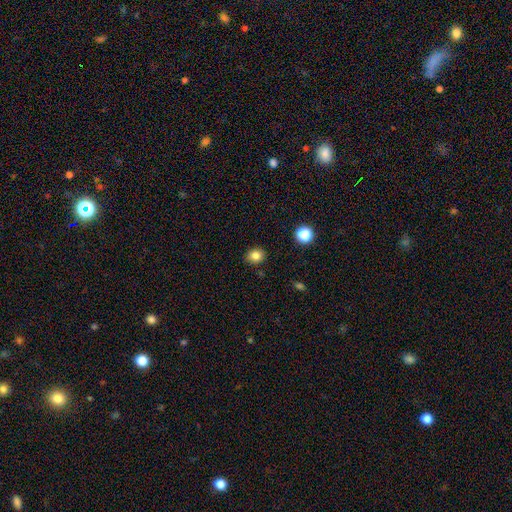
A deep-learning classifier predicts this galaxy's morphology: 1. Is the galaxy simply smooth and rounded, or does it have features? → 83% smooth, 12% star or artifact, 6% featured or disk.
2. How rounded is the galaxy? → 60% round, 39% in between, 1% cigar-shaped.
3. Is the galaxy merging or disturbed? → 88% none, 8% minor disturbance, 2% major disturbance, 2% merger.